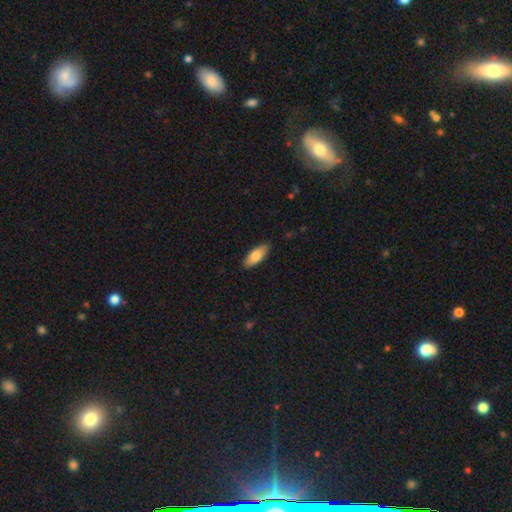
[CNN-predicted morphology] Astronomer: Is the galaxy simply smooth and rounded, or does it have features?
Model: smooth — 81%.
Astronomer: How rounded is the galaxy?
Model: in between — 77%.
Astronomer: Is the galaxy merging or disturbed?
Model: none — 88%.